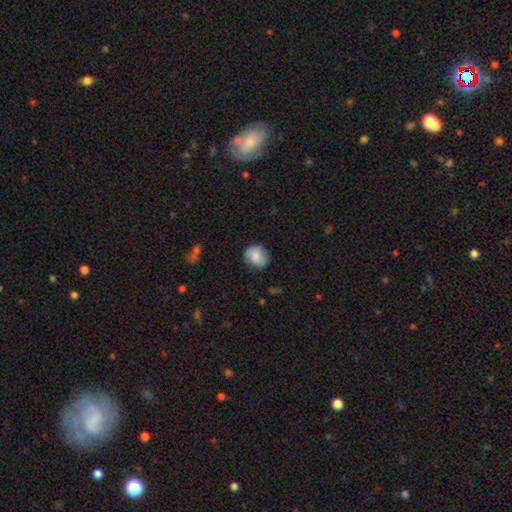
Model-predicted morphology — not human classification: Smooth or featured?
  - smooth: 73% *
  - featured or disk: 19%
  - star or artifact: 8%
How rounded?
  - round: 76% *
  - in between: 23%
  - cigar-shaped: 1%
Merging?
  - none: 78% *
  - minor disturbance: 16%
  - major disturbance: 4%
  - merger: 1%